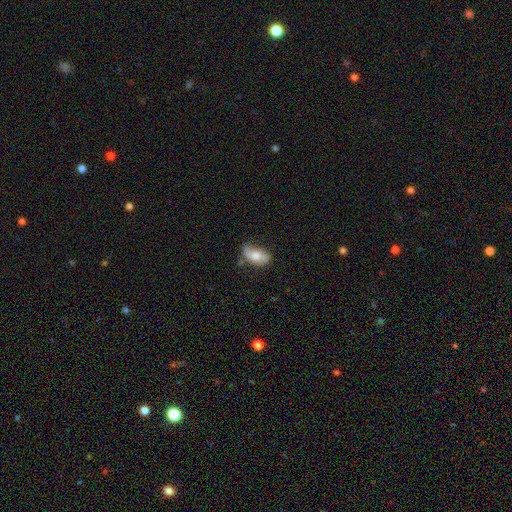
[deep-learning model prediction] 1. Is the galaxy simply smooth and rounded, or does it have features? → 57% smooth, 35% featured or disk, 7% star or artifact.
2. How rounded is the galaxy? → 91% in between, 5% round, 4% cigar-shaped.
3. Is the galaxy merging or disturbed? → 51% none, 35% minor disturbance, 10% major disturbance, 5% merger.